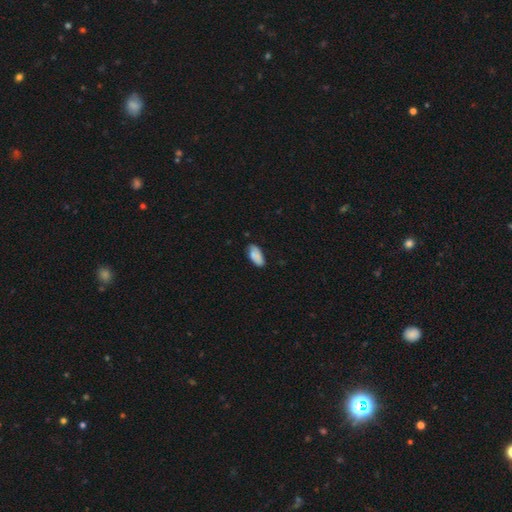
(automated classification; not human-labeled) A smooth galaxy with no disk features (84%) that is in between round and cigar-shaped (91%).

Vote fractions:
- Smooth or featured? smooth: 84% / featured or disk: 9% / star or artifact: 7%
- How rounded? in between: 91% / cigar-shaped: 6% / round: 2%
- Merging? none: 75% / minor disturbance: 20% / major disturbance: 3% / merger: 2%